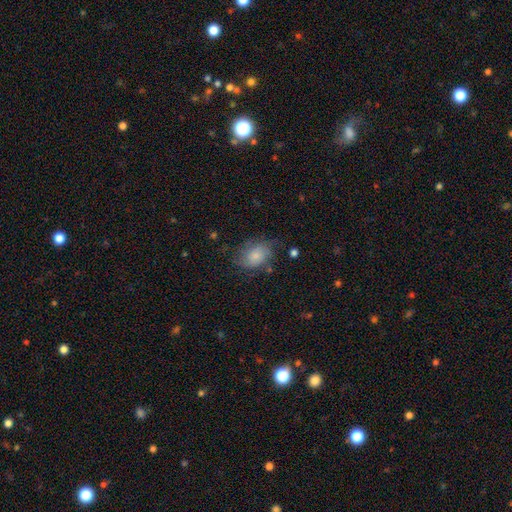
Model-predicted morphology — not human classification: Smooth or featured? smooth (71%)
How rounded? in between (77%)
Merging? none (55%)